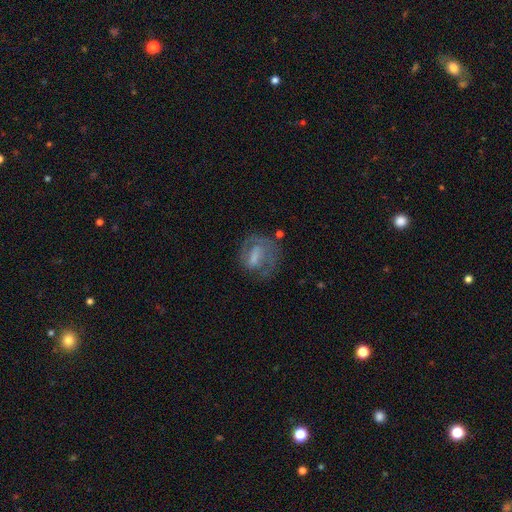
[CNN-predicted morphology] Smooth or featured? featured or disk (54%)
Edge-on disk? no (95%)
Bar? weak (41%)
Spiral arms? yes (59%)
Bulge size? none (38%)
Merging? none (48%)